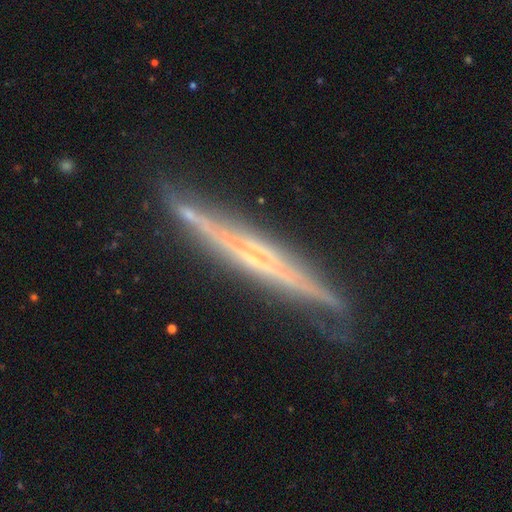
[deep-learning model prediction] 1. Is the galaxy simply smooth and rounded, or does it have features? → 79% featured or disk, 15% smooth, 6% star or artifact.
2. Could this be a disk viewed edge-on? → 94% yes, 6% no.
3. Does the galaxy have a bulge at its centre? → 59% none, 28% rounded, 13% boxy.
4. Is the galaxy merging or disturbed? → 79% none, 16% minor disturbance, 3% major disturbance, 2% merger.